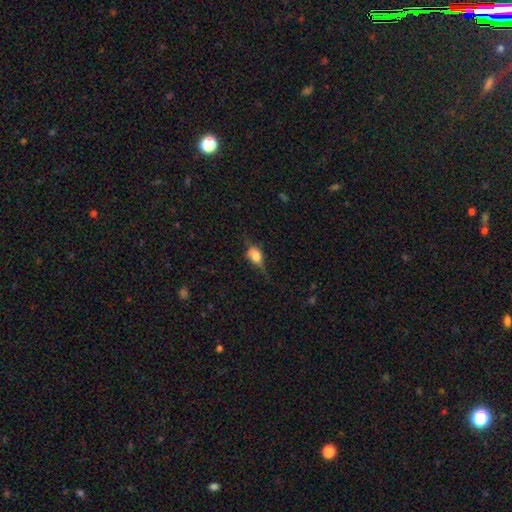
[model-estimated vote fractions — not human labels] Smooth or featured?
  - smooth: 50% *
  - featured or disk: 39%
  - star or artifact: 10%
How rounded?
  - in between: 66% *
  - round: 25%
  - cigar-shaped: 9%
Merging?
  - none: 54% *
  - minor disturbance: 29%
  - major disturbance: 16%
  - merger: 2%